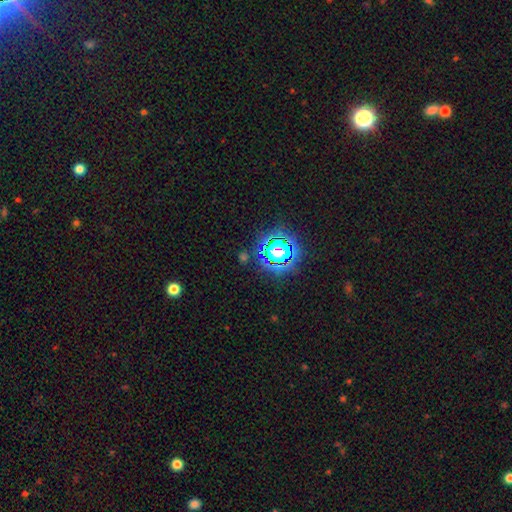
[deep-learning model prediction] This is likely a star or artifact rather than a galaxy (78%).